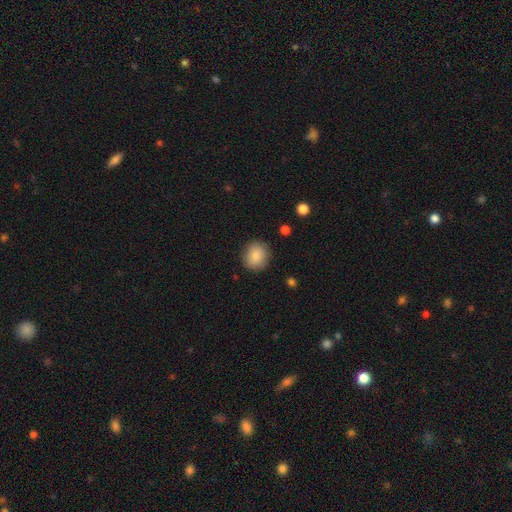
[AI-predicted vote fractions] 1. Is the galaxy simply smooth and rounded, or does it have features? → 85% smooth, 8% star or artifact, 7% featured or disk.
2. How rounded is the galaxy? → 79% round, 20% in between, 1% cigar-shaped.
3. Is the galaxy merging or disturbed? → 87% none, 9% minor disturbance, 3% major disturbance, 1% merger.